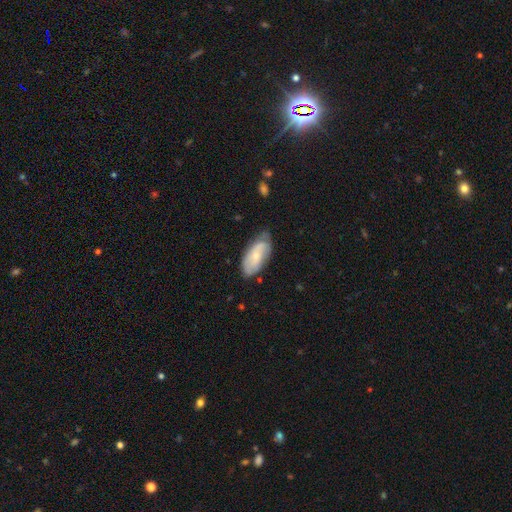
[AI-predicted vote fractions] Smooth or featured: smooth — 51% (featured or disk — 43%)
How rounded: in between — 89% (cigar-shaped — 8%)
Merging: none — 63% (minor disturbance — 29%)